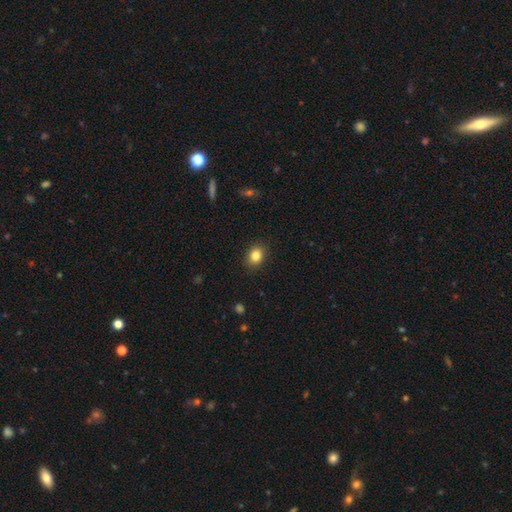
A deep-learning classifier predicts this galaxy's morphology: This appears to be a smooth galaxy with no disk features (84%) that is round (53%). Merging: none (89%).